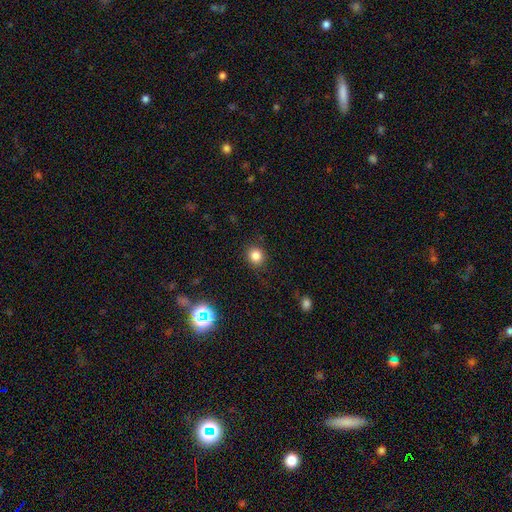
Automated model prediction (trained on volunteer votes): Smooth or featured? Predicted: smooth (p=0.82). How rounded? Predicted: round (p=0.84). Merging? Predicted: none (p=0.88).